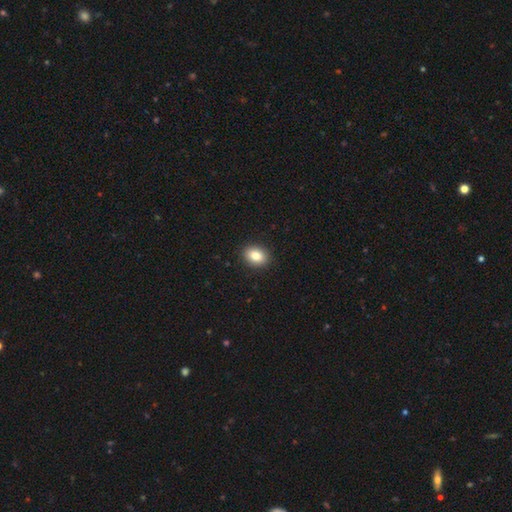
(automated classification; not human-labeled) This appears to be a smooth galaxy with no disk features (84%) that is in between round and cigar-shaped (65%). Merging: none (91%).